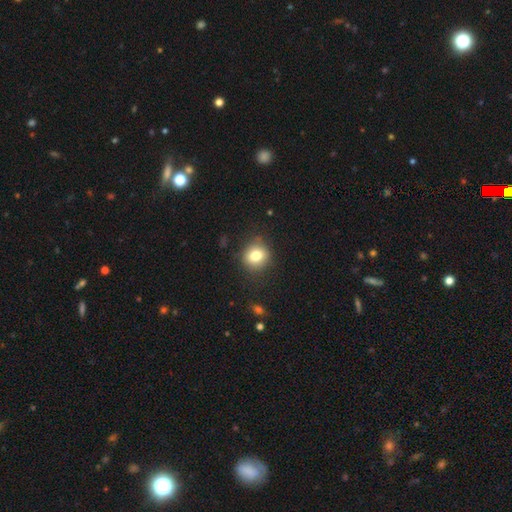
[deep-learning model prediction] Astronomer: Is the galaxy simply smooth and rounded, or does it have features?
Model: smooth — 78%.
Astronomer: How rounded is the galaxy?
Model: round — 81%.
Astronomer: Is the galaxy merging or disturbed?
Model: none — 83%.